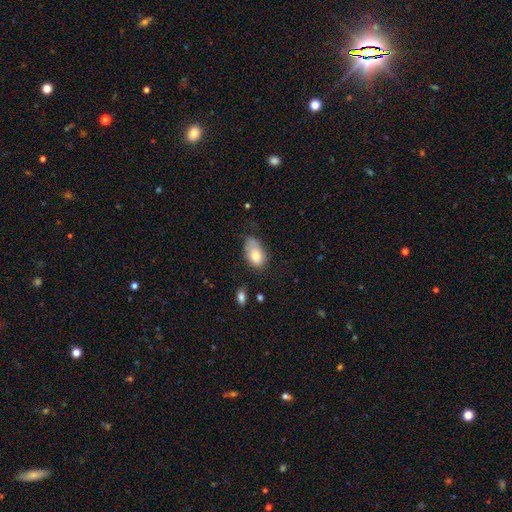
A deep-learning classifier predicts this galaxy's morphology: The model was most divided on "merging": none: 43%, minor disturbance: 38%, major disturbance: 14%, merger: 4%. More confident: how rounded — in between (90%); smooth or featured — smooth (75%).